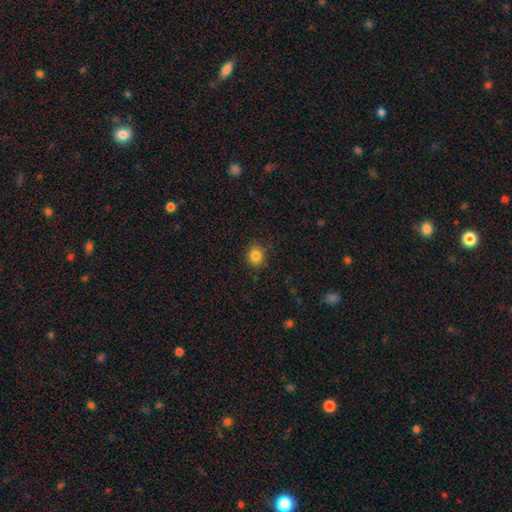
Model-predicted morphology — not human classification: A smooth galaxy with no disk features (84%) that is round (77%). Merging: none (86%).